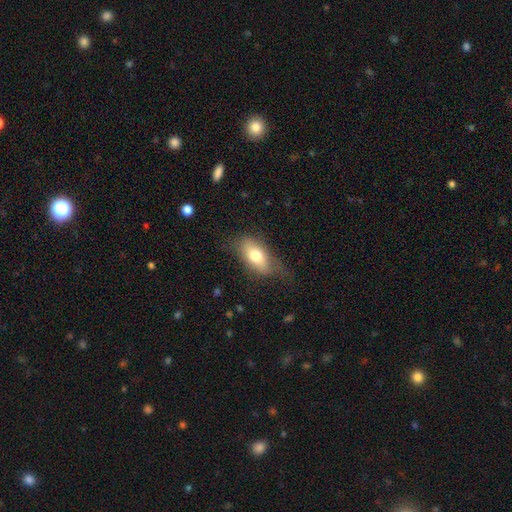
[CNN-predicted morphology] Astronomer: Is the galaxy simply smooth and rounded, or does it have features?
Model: smooth — 71%.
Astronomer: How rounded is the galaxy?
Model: in between — 87%.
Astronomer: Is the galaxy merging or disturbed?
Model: none — 62%.